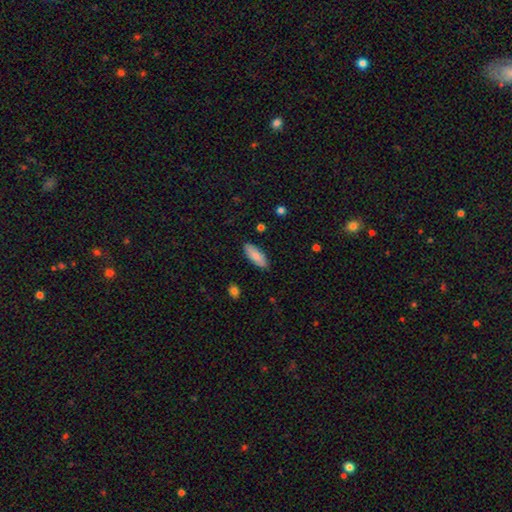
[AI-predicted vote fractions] Q: Smooth or featured?
A: smooth (85%); runner-up: featured or disk (9%)
Q: How rounded?
A: in between (73%); runner-up: cigar-shaped (25%)
Q: Merging?
A: none (87%); runner-up: minor disturbance (10%)